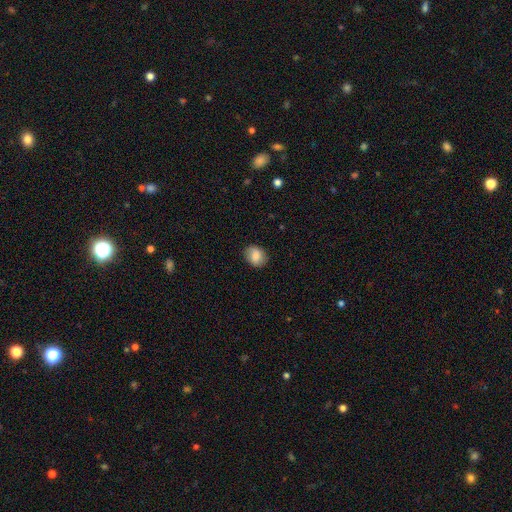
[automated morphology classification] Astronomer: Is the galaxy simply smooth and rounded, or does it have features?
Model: smooth — 79%.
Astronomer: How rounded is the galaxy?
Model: in between — 51% (runner-up: round, 48%).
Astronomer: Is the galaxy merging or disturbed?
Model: none — 84%.